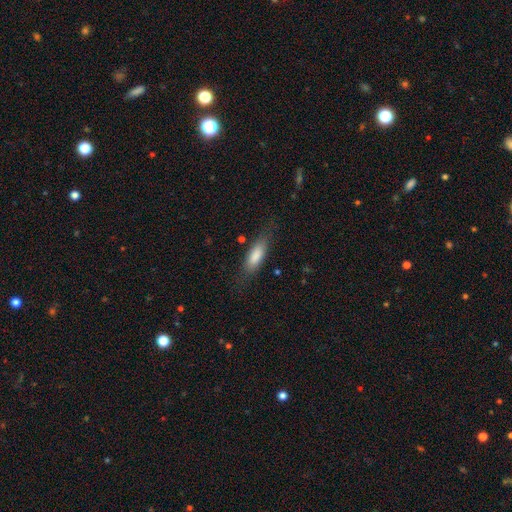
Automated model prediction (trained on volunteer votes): This appears to be a smooth galaxy with no disk features (80%) that is in between round and cigar-shaped (60%). Merging: none (74%).